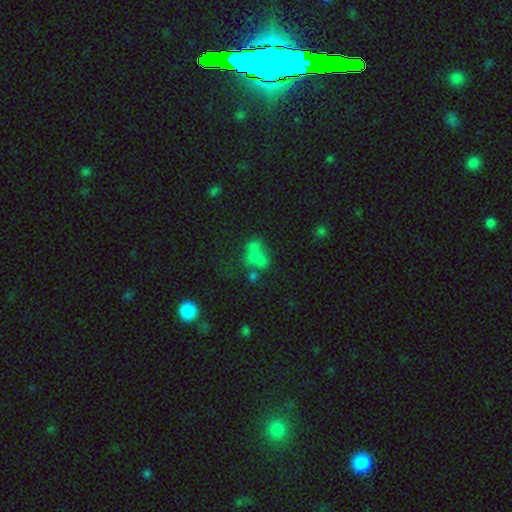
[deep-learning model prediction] smooth-or-featured: smooth: 51% | featured or disk: 29% | star or artifact: 20%
  how-rounded: in between: 53% | round: 44% | cigar-shaped: 2%
  merging: merger: 52% | none: 27% | major disturbance: 11% | minor disturbance: 10%